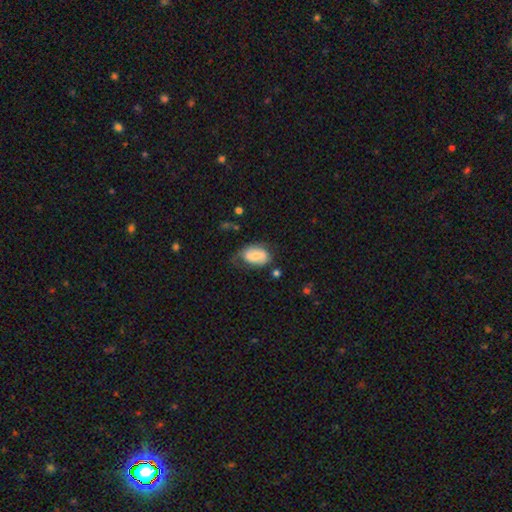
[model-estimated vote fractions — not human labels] smooth-or-featured: smooth: 59% | featured or disk: 33% | star or artifact: 7%
  how-rounded: in between: 84% | round: 14% | cigar-shaped: 1%
  merging: none: 45% | minor disturbance: 34% | major disturbance: 17% | merger: 3%